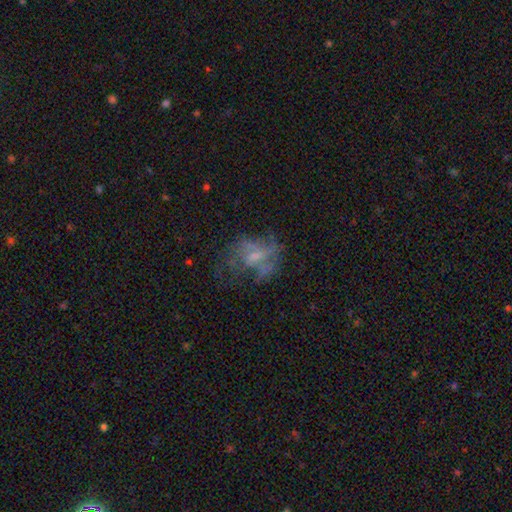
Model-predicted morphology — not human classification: This appears to be a featured or disk galaxy (62%) with no bar (54%), spiral arms (50%, tied with no) and a small central bulge (48%). Merging: none (39%).